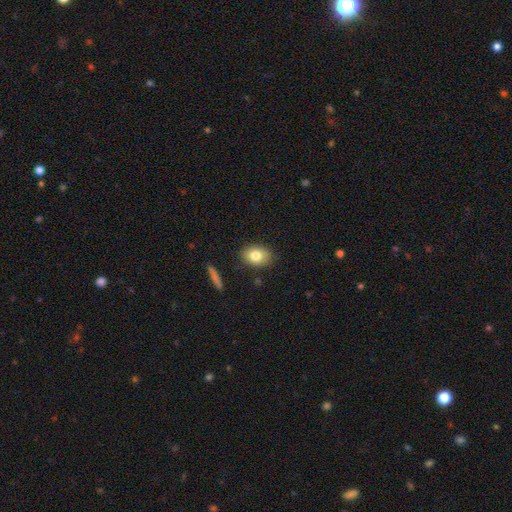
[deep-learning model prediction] This is likely a smooth galaxy (80%). How rounded: likely in between (72%). Merging: clearly none (85%).